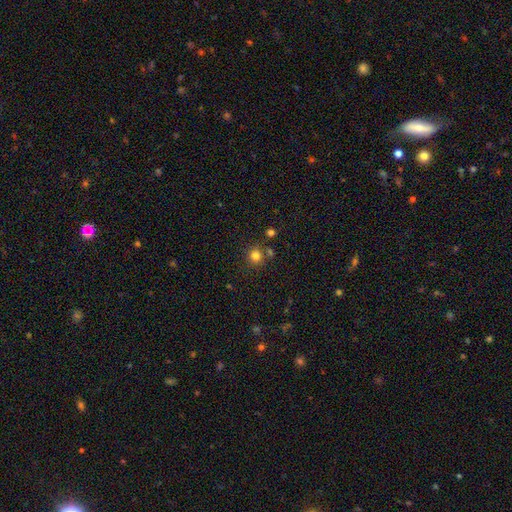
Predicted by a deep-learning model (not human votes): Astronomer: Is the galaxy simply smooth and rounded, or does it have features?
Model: smooth — 80%.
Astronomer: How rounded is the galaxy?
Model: round — 87%.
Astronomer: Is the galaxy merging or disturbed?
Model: none — 76%.